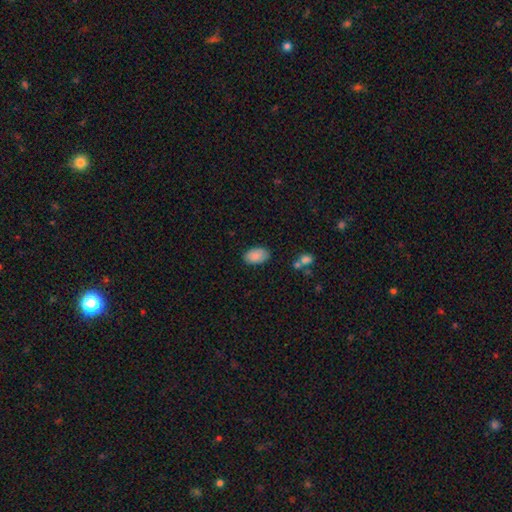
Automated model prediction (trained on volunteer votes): Morphology: type=smooth (88%); roundness=in between (93%); merging=none (83%).